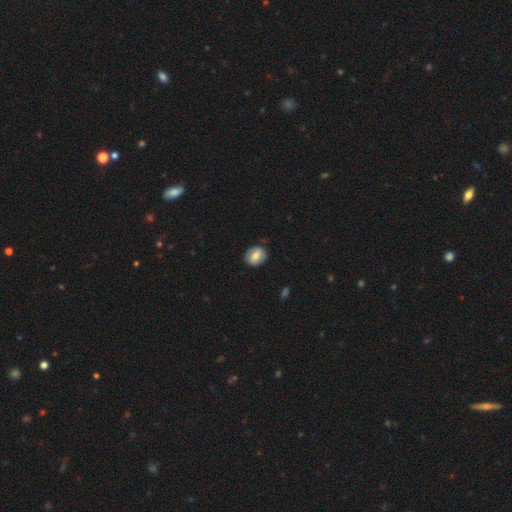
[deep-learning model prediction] A smooth galaxy with no disk features (66%) that is round (62%). Merging: none (82%).